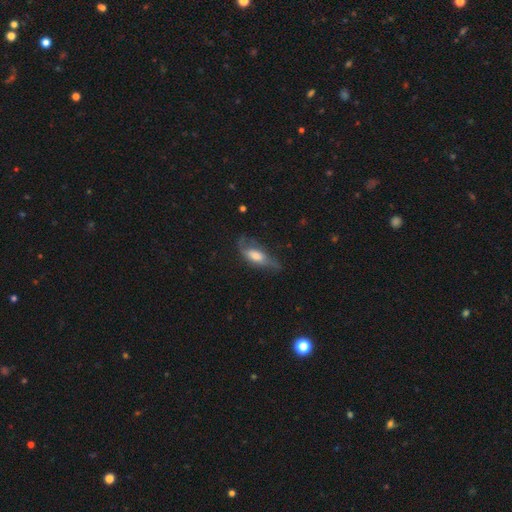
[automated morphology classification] This appears to be a featured or disk galaxy (49%). Merging: none (46%).